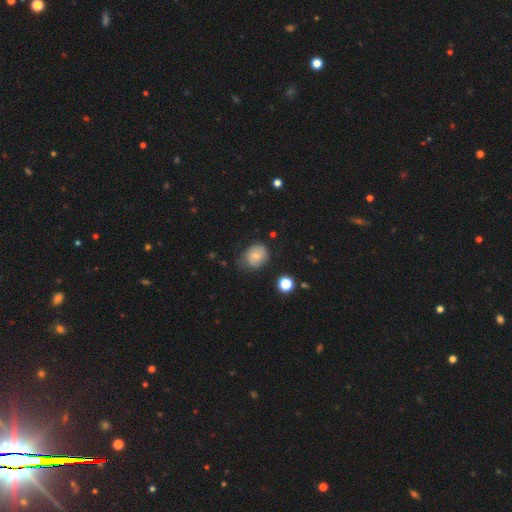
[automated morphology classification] This is likely a smooth galaxy (65%). How rounded: possibly round (51%). Merging: possibly none (59%).